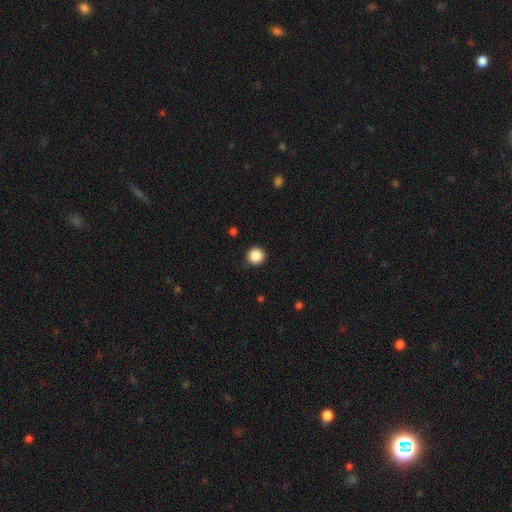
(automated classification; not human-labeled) smooth-or-featured: smooth: 88% | star or artifact: 9% | featured or disk: 2%
  how-rounded: round: 96% | in between: 4% | cigar-shaped: 1%
  merging: none: 91% | minor disturbance: 6% | major disturbance: 2% | merger: 1%